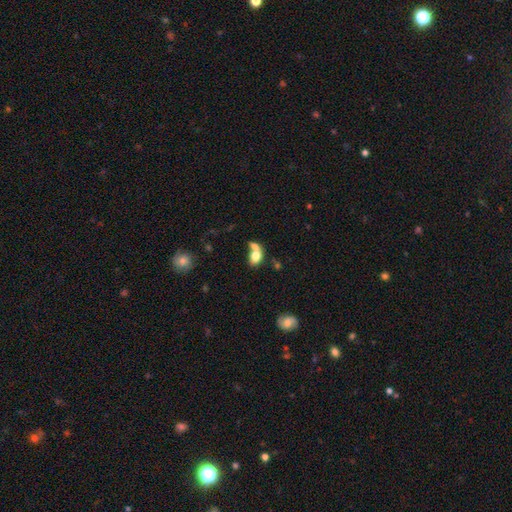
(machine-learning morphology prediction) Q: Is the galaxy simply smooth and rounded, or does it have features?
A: smooth — 77%.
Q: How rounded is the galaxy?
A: in between — 78%.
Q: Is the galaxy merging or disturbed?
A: merger — 57%.